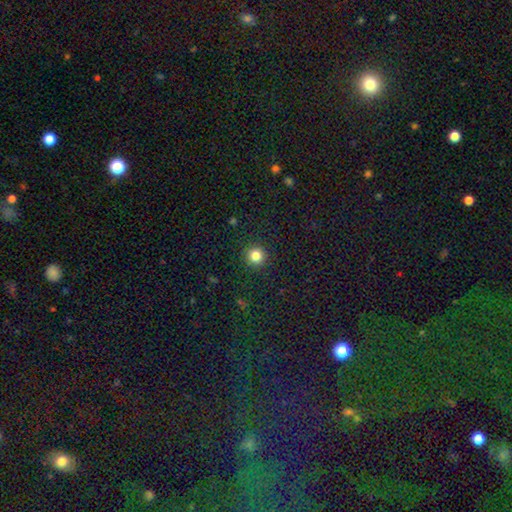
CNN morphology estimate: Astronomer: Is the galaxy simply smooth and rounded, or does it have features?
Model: smooth — 84%.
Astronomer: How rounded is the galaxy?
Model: round — 95%.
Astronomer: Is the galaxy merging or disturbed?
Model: none — 92%.